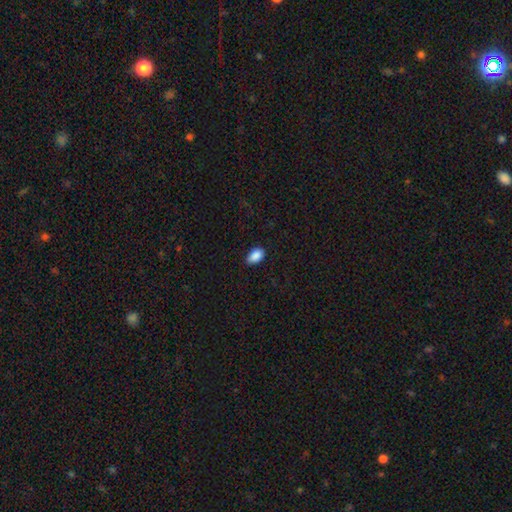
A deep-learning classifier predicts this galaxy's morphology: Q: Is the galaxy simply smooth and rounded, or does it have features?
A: smooth — 89%.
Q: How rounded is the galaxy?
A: in between — 91%.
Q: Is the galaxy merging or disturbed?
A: none — 79%.